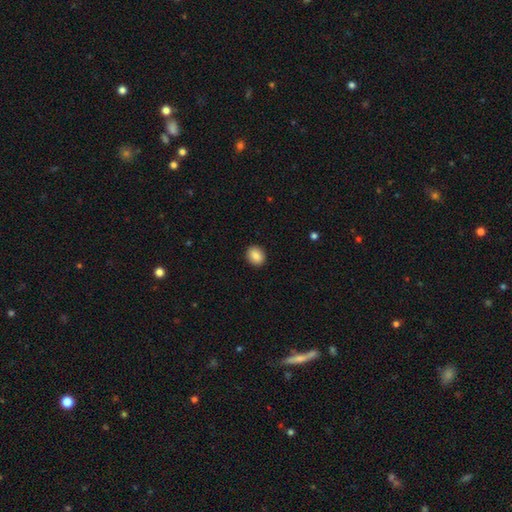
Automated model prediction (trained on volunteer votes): Smooth or featured?
  - smooth: 87% *
  - star or artifact: 8%
  - featured or disk: 5%
How rounded?
  - round: 65% *
  - in between: 34%
  - cigar-shaped: 1%
Merging?
  - none: 92% *
  - minor disturbance: 6%
  - major disturbance: 2%
  - merger: 1%